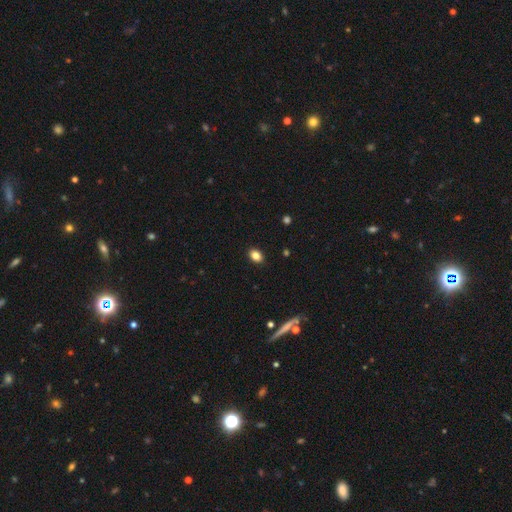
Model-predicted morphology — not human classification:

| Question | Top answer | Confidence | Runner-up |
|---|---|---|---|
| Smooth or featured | smooth | 85% | star or artifact (10%) |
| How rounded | in between | 80% | round (18%) |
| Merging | none | 90% | minor disturbance (8%) |